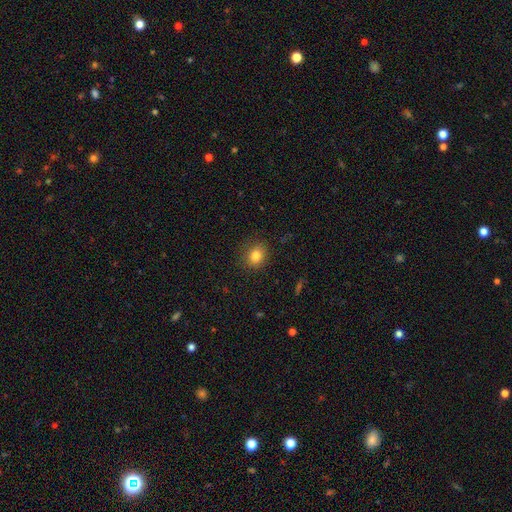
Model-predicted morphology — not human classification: This appears to be a smooth galaxy with no disk features (82%) that is round (66%). Merging: none (86%).